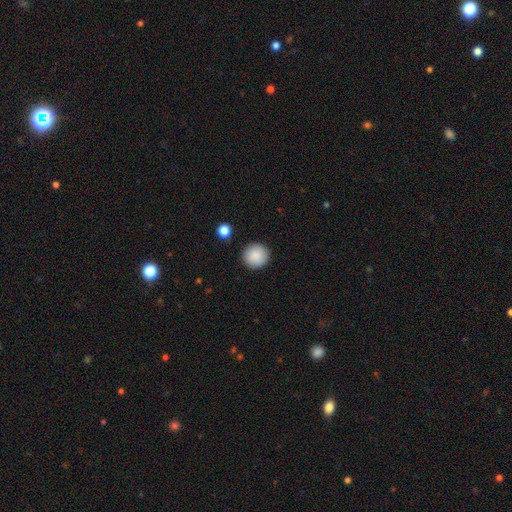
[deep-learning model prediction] smooth-or-featured: smooth: 89% | star or artifact: 7% | featured or disk: 4%
  how-rounded: round: 94% | in between: 5% | cigar-shaped: 1%
  merging: none: 91% | minor disturbance: 6% | major disturbance: 2% | merger: 1%